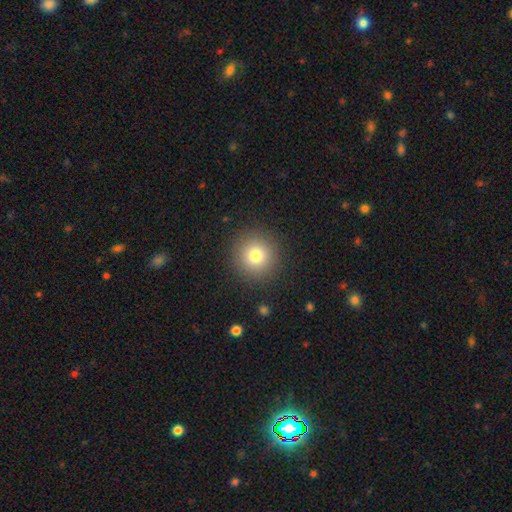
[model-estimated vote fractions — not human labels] smooth_or_featured: smooth (p=0.78) [alt: star or artifact p=0.12]
how_rounded: round (p=0.95) [alt: in between p=0.04]
merging: none (p=0.90) [alt: minor disturbance p=0.06]